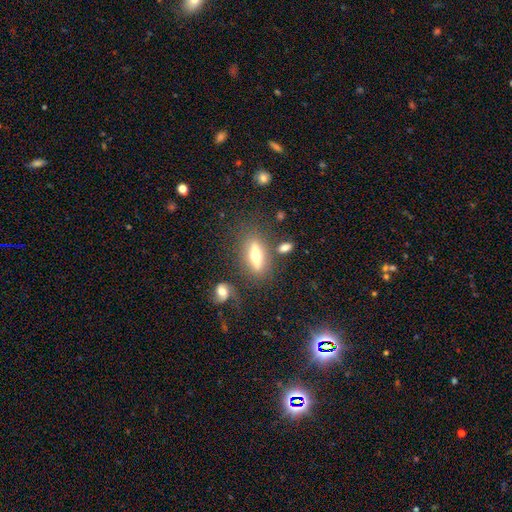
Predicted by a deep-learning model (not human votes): featured or disk 47%, smooth 45%, star or artifact 8%. Down the decision tree: merging — none (72%).